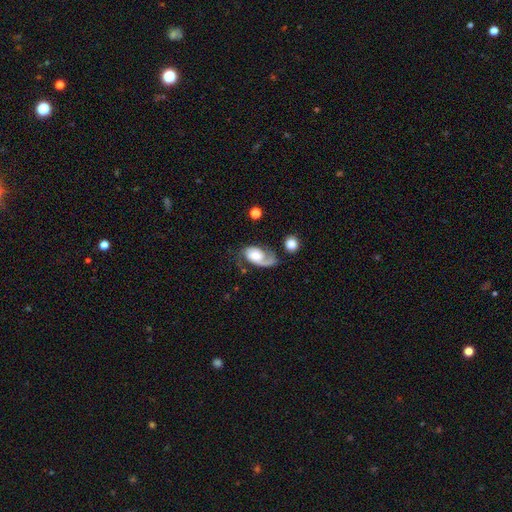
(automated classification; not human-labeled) Smooth or featured: featured or disk — 69% (smooth — 24%)
Edge-on disk: no — 96% (yes — 4%)
Bar: no — 69% (weak — 25%)
Spiral arms: yes — 91% (no — 9%)
Spiral winding: medium — 39% (loose — 31%)
Spiral arm count: 1 — 54% (2 — 37%)
Bulge size: moderate — 46% (large — 24%)
Merging: none — 42% (major disturbance — 28%)